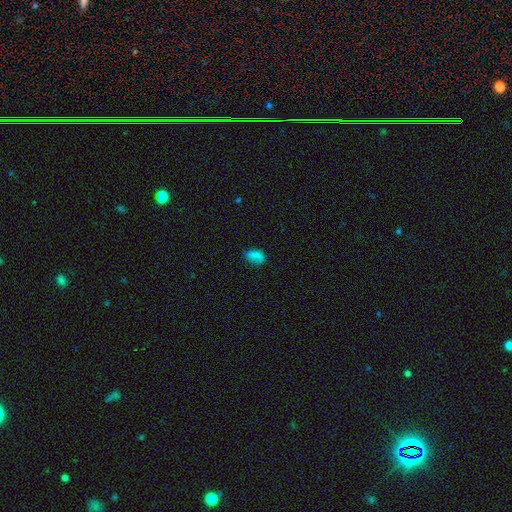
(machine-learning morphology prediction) type=smooth (73%); roundness=in between (86%); merging=none (58%).